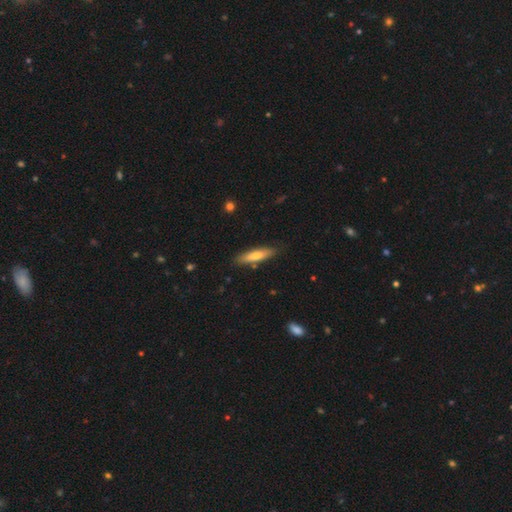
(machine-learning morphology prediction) smooth-or-featured: smooth: 71% | featured or disk: 23% | star or artifact: 6%
  how-rounded: cigar-shaped: 78% | in between: 20% | round: 1%
  merging: none: 84% | minor disturbance: 12% | merger: 2% | major disturbance: 2%